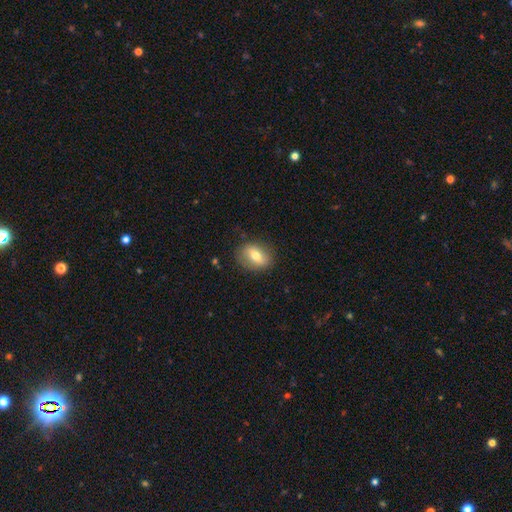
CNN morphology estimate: Smooth or featured: smooth — 67% (featured or disk — 25%)
How rounded: in between — 70% (round — 27%)
Merging: none — 81% (minor disturbance — 14%)